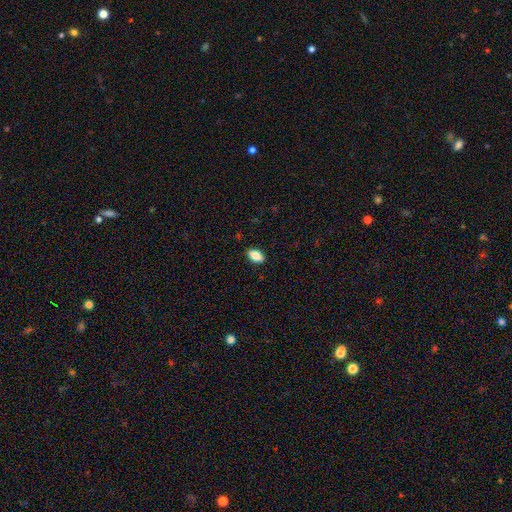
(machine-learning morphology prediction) Smooth or featured: smooth — 84% (featured or disk — 8%)
How rounded: in between — 91% (round — 5%)
Merging: none — 88% (minor disturbance — 10%)